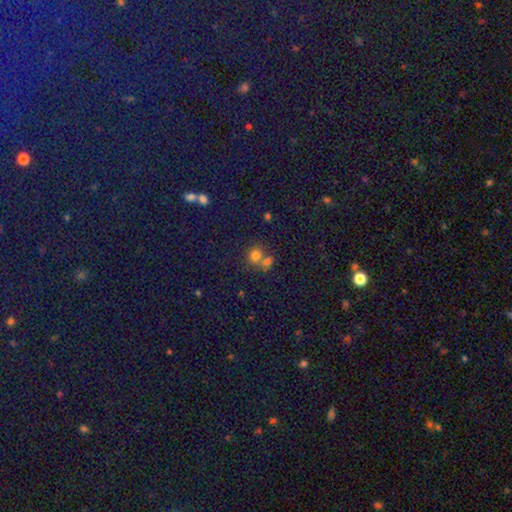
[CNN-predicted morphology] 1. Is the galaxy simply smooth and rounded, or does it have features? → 74% smooth, 18% star or artifact, 9% featured or disk.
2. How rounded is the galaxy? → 78% round, 21% in between, 1% cigar-shaped.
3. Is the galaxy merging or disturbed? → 47% merger, 43% none, 7% minor disturbance, 3% major disturbance.